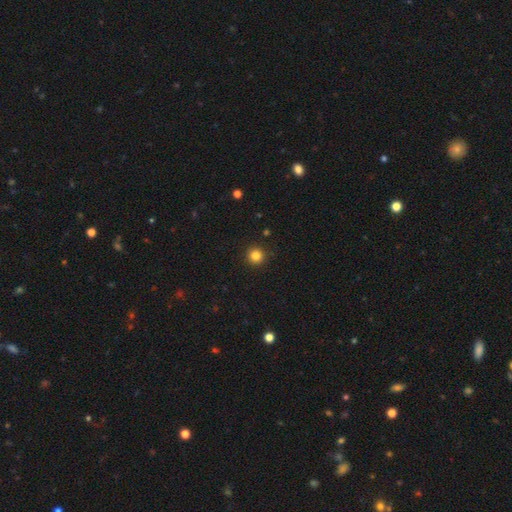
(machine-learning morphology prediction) A smooth galaxy with no disk features (83%) that is round (96%).

Vote fractions:
- Smooth or featured? smooth: 83% / star or artifact: 12% / featured or disk: 4%
- How rounded? round: 96% / in between: 3% / cigar-shaped: 1%
- Merging? none: 93% / minor disturbance: 5% / major disturbance: 2% / merger: 1%